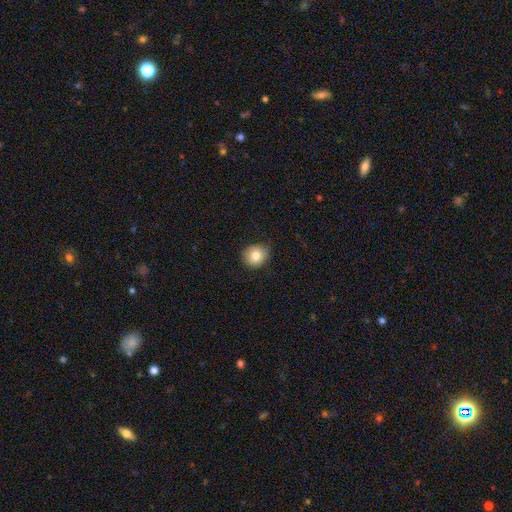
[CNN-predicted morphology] A smooth galaxy with no disk features (83%) that is round (82%).

Vote fractions:
- Smooth or featured? smooth: 83% / star or artifact: 9% / featured or disk: 7%
- How rounded? round: 82% / in between: 17% / cigar-shaped: 1%
- Merging? none: 83% / minor disturbance: 14% / major disturbance: 3% / merger: 1%